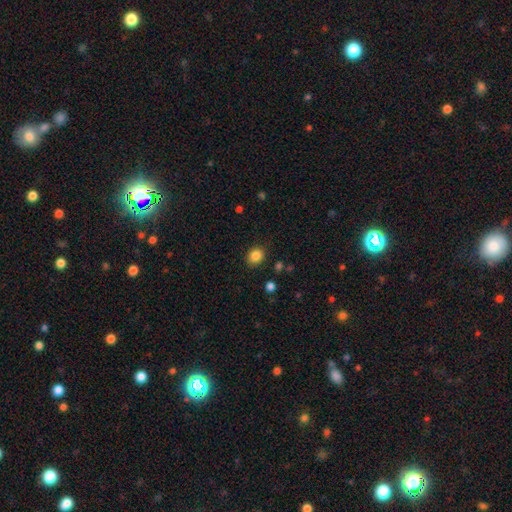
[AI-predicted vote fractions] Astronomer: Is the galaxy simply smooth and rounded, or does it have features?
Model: smooth — 85%.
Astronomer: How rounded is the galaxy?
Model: round — 65%.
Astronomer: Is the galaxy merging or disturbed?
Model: none — 87%.